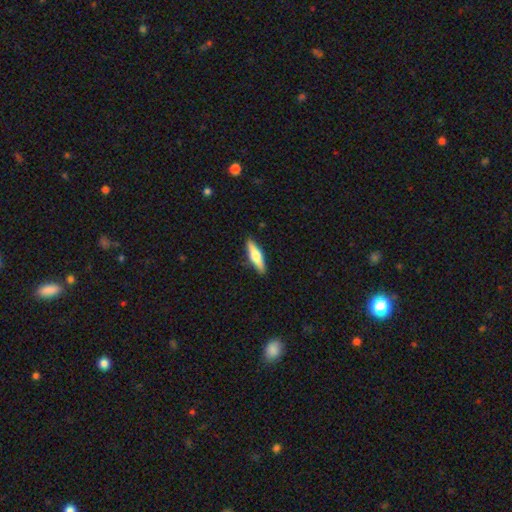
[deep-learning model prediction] Q: Smooth or featured?
A: smooth (48%); runner-up: featured or disk (47%)
Q: Merging?
A: none (90%); runner-up: minor disturbance (8%)